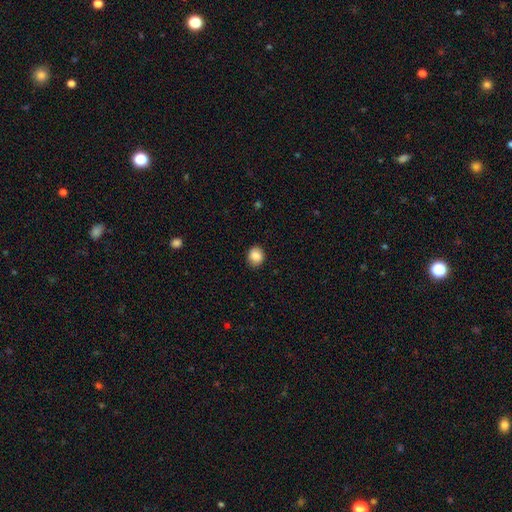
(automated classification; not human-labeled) smooth-or-featured: smooth: 87% | star or artifact: 9% | featured or disk: 5%
  how-rounded: round: 73% | in between: 26% | cigar-shaped: 1%
  merging: none: 89% | minor disturbance: 8% | major disturbance: 2% | merger: 1%